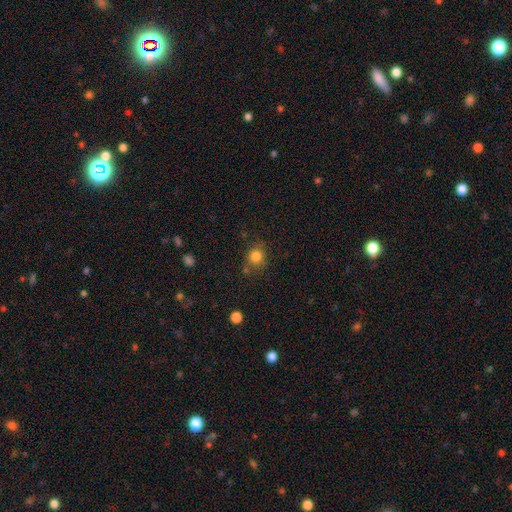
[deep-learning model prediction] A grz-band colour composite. It shows a smooth galaxy with no disk features (82%) that is round (81%). Merging: none (73%).